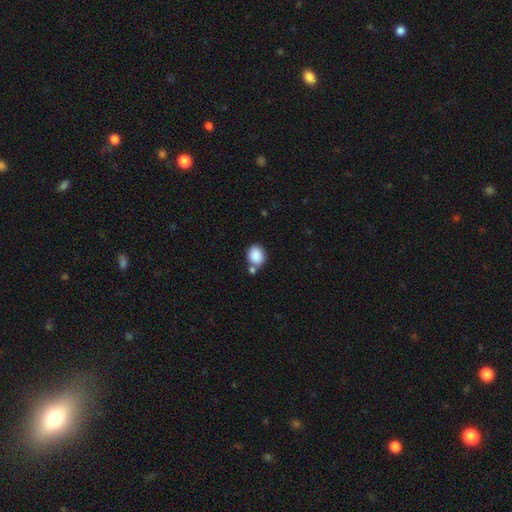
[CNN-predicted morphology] Overall: smooth (88%). How rounded: round (53%; in between 46%). Merging: none (60%; merger 23%).